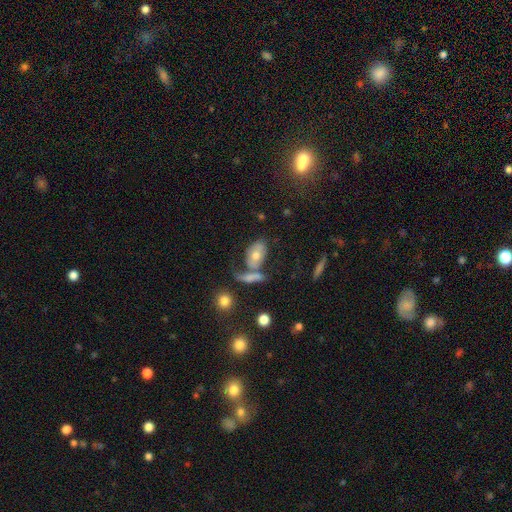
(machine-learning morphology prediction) type=smooth (56%); roundness=in between (85%); merging=none (47%).